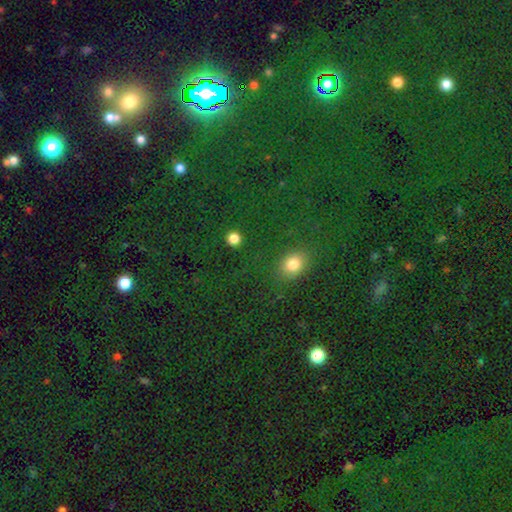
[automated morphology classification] Smooth or featured: star or artifact — 55% (smooth — 37%)